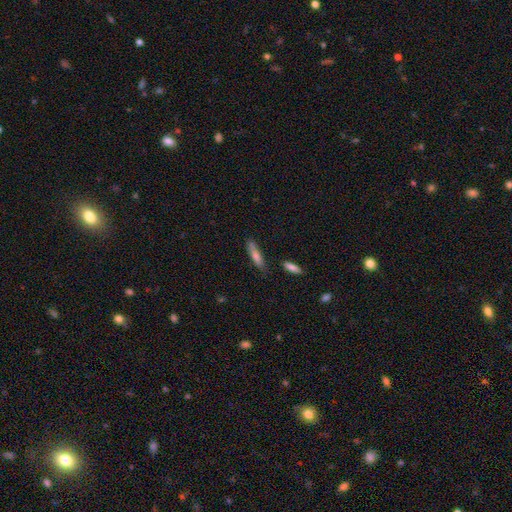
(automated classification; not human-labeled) smooth_or_featured: smooth (p=0.66) [alt: featured or disk p=0.26]
how_rounded: cigar-shaped (p=0.80) [alt: in between p=0.18]
merging: none (p=0.77) [alt: minor disturbance p=0.16]